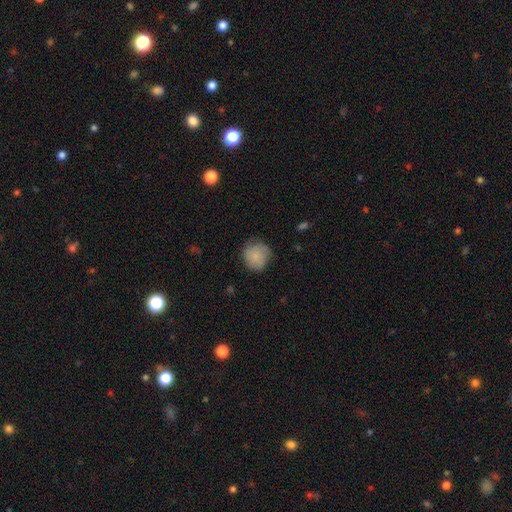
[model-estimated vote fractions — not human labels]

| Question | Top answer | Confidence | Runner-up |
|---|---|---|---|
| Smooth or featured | smooth | 81% | featured or disk (11%) |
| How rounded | round | 88% | in between (11%) |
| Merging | none | 69% | minor disturbance (24%) |